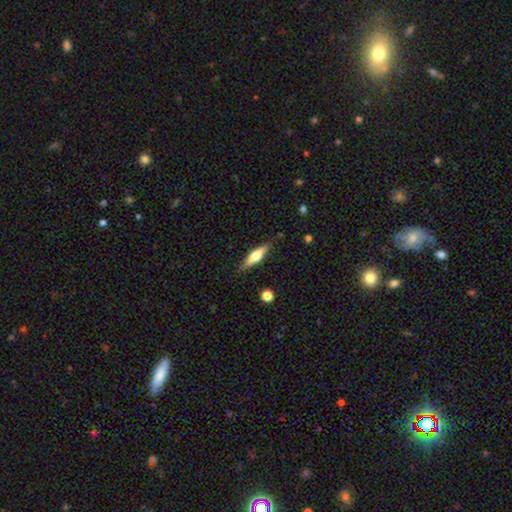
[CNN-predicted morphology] smooth 49%, featured or disk 45%, star or artifact 6%. Down the decision tree: merging — none (84%).